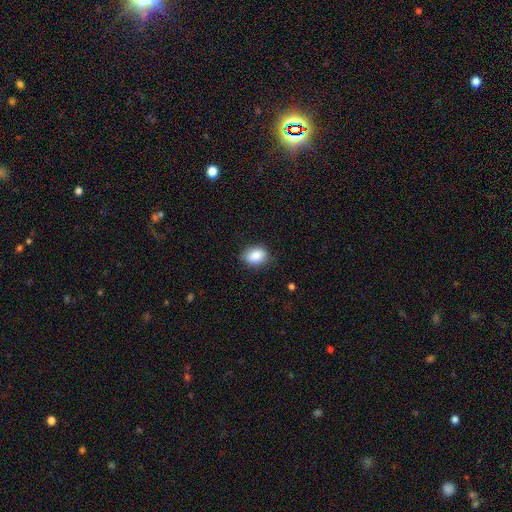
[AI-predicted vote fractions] A smooth galaxy with no disk features (87%) that is in between round and cigar-shaped (73%). Merging: none (80%).